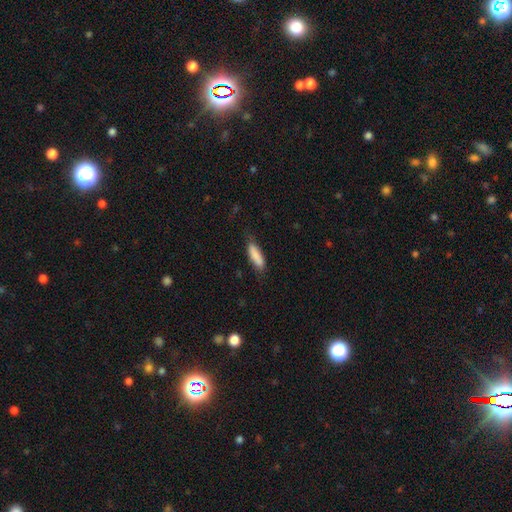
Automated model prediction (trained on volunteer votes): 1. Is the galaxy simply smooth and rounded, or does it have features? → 85% smooth, 9% featured or disk, 6% star or artifact.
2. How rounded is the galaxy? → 55% cigar-shaped, 43% in between, 2% round.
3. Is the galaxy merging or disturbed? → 70% none, 22% minor disturbance, 6% major disturbance, 1% merger.